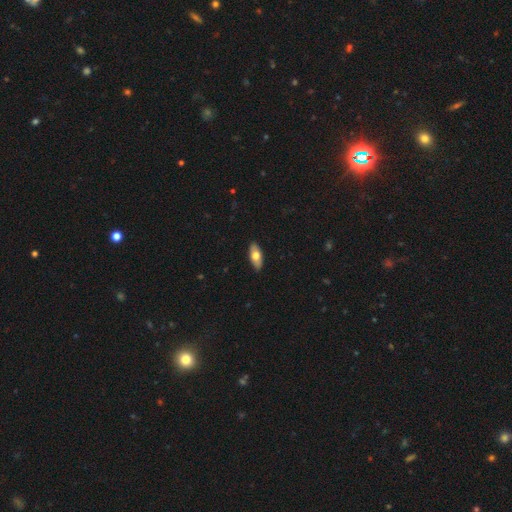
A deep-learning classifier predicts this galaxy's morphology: Overall: smooth (68%). How rounded: in between (84%). Merging: none (90%).